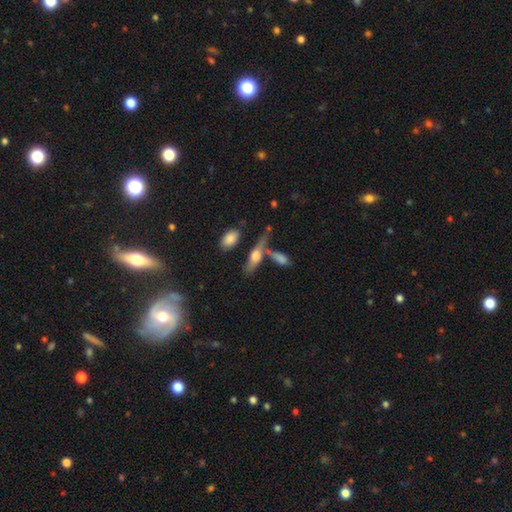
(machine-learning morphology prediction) This is possibly a smooth galaxy (57%). How rounded: possibly in between (52%). Merging: possibly none (50%).